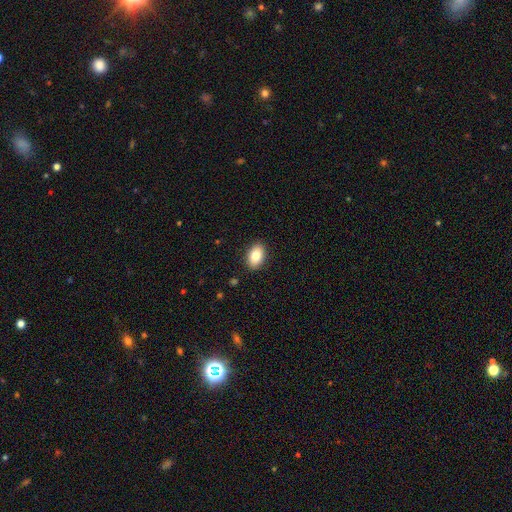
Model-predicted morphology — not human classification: smooth 83%, featured or disk 10%, star or artifact 8%. Down the decision tree: how rounded — in between (89%); merging — none (89%).